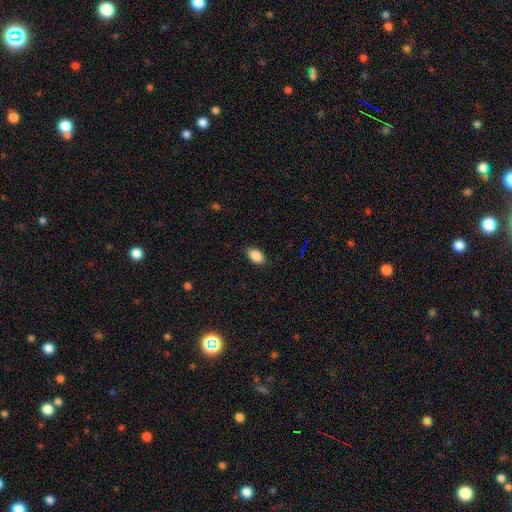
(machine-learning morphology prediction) Overall: smooth (88%). How rounded: in between (91%). Merging: none (88%).